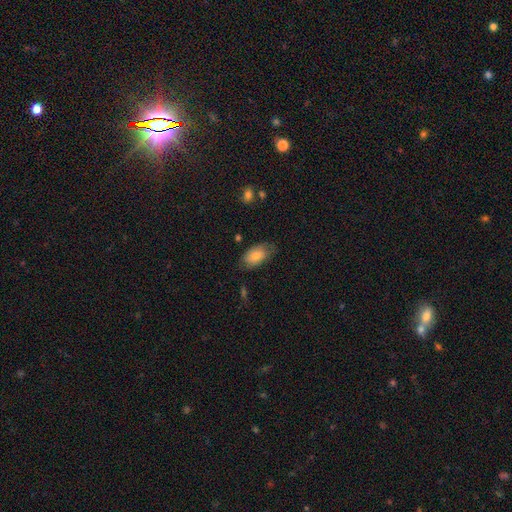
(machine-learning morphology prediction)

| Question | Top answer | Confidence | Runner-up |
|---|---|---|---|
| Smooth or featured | smooth | 77% | featured or disk (16%) |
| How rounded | in between | 93% | round (5%) |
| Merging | none | 66% | minor disturbance (26%) |